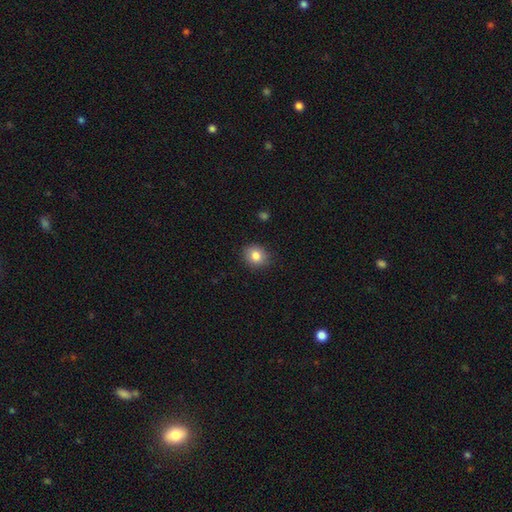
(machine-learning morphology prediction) A smooth galaxy with no disk features (83%) that is round (70%). Merging: none (89%).